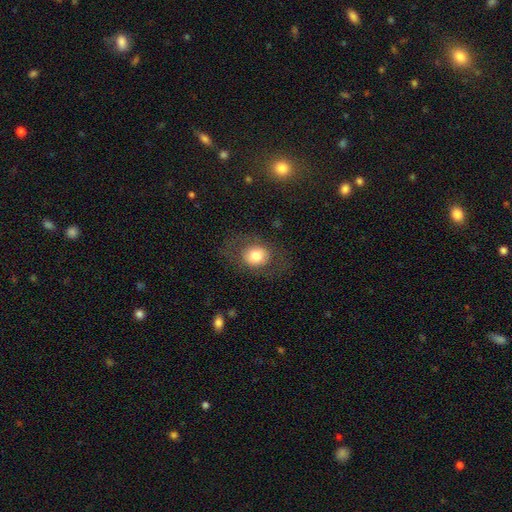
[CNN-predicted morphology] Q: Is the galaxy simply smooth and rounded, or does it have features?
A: smooth — 72%.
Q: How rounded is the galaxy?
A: round — 52%.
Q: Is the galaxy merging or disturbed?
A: none — 73%.